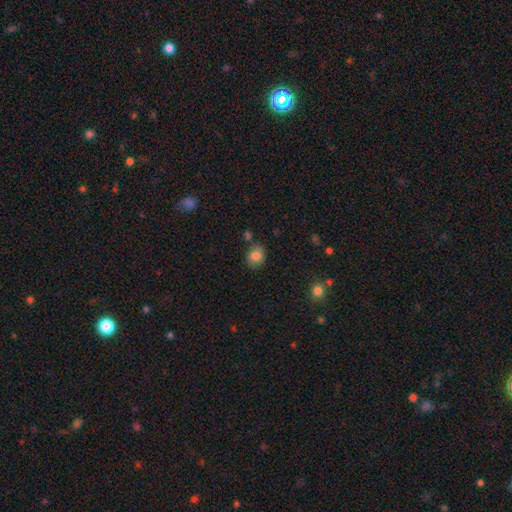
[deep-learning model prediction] smooth-or-featured: smooth: 84% | star or artifact: 10% | featured or disk: 7%
  how-rounded: round: 55% | in between: 44% | cigar-shaped: 1%
  merging: none: 78% | minor disturbance: 13% | merger: 6% | major disturbance: 3%